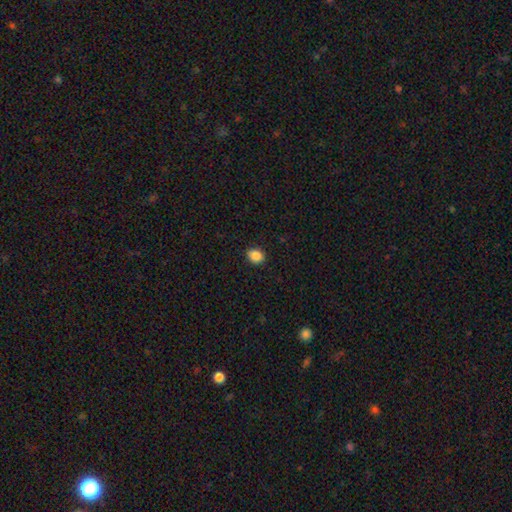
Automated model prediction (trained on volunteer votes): smooth-or-featured: smooth: 88% | star or artifact: 9% | featured or disk: 3%
  how-rounded: round: 50% | in between: 49% | cigar-shaped: 1%
  merging: none: 90% | minor disturbance: 7% | major disturbance: 2% | merger: 1%